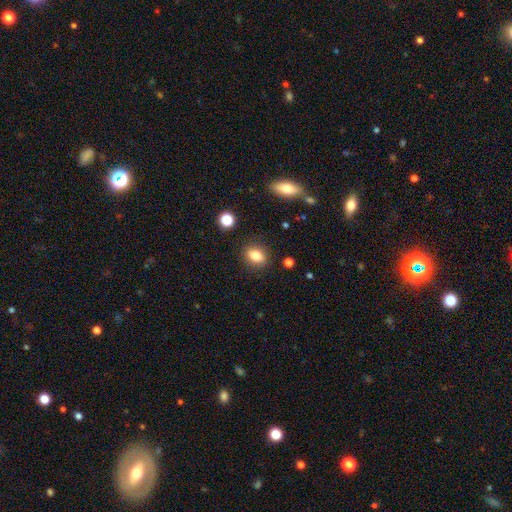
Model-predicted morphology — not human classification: Overall: smooth (82%). How rounded: in between (65%; round 33%). Merging: none (86%).